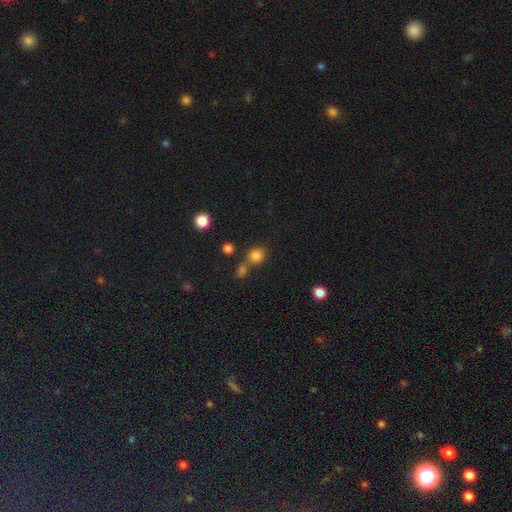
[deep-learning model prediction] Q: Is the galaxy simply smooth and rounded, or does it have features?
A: smooth — 82%.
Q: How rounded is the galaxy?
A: round — 85%.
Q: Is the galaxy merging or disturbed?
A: none — 62%.